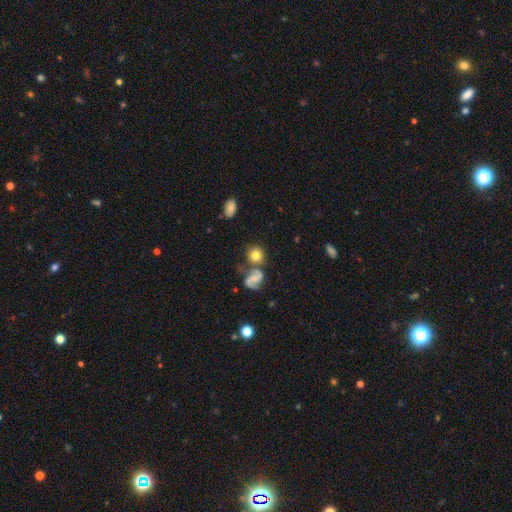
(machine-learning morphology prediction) Smooth or featured: smooth — 67% (featured or disk — 23%)
How rounded: round — 86% (in between — 13%)
Merging: none — 60% (merger — 22%)